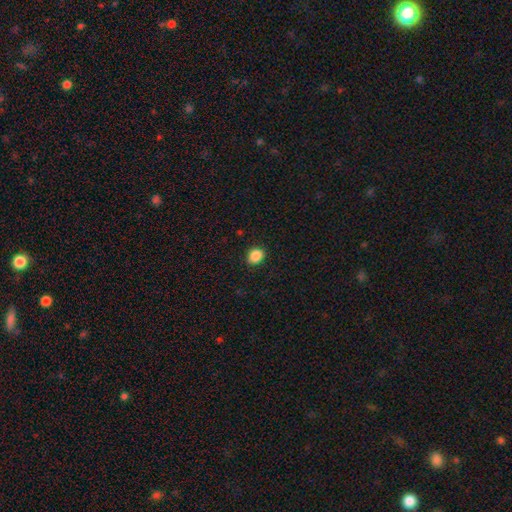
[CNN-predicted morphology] type=smooth (88%); roundness=in between (50%); merging=none (88%).